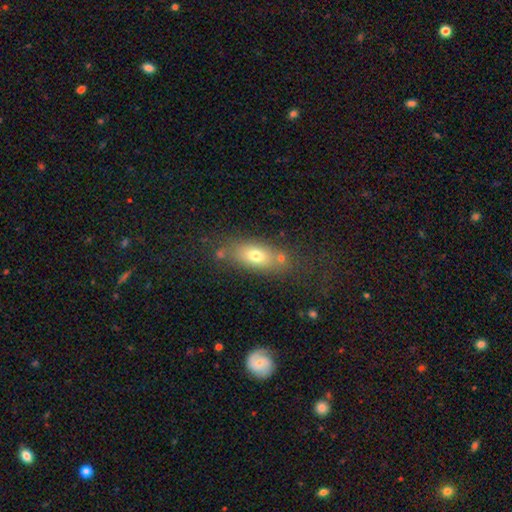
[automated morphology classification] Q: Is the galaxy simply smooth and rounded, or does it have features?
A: smooth — 71%.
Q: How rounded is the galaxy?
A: in between — 77%.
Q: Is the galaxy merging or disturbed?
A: none — 62%.